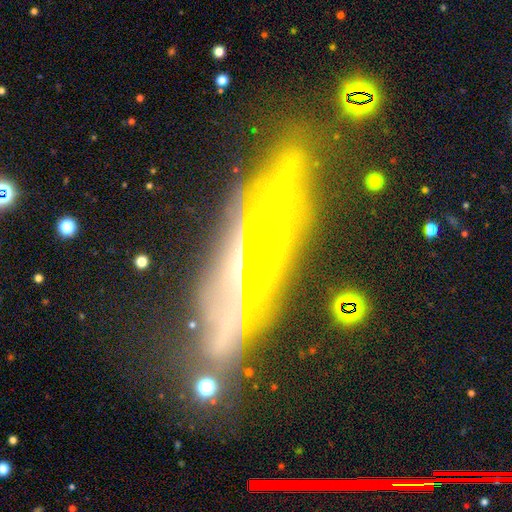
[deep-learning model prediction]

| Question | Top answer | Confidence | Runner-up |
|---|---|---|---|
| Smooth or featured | featured or disk | 68% | smooth (17%) |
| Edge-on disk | yes | 79% | no (21%) |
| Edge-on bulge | none | 49% | rounded (38%) |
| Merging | none | 61% | minor disturbance (20%) |